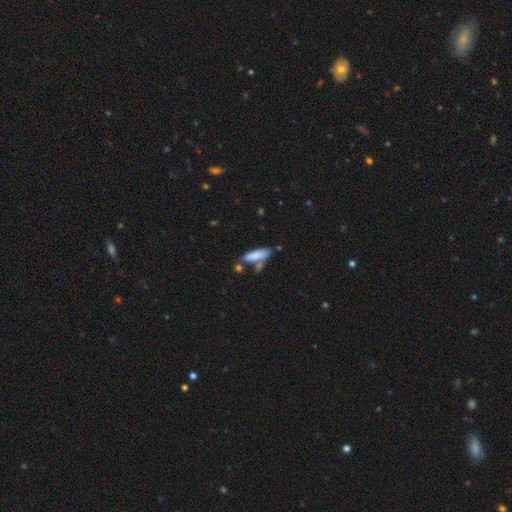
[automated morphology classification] Q: Smooth or featured?
A: smooth (79%); runner-up: featured or disk (14%)
Q: How rounded?
A: cigar-shaped (52%); runner-up: in between (46%)
Q: Merging?
A: none (59%); runner-up: minor disturbance (19%)